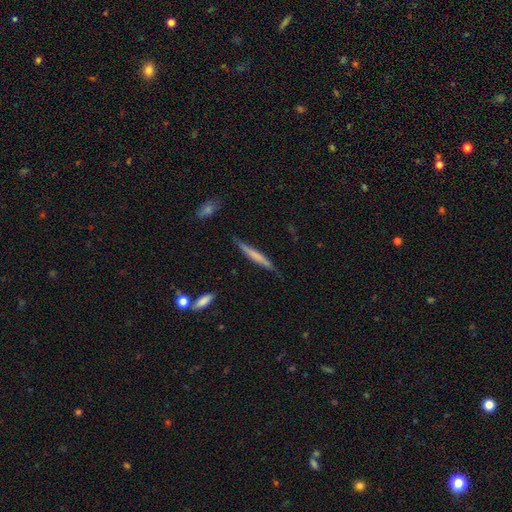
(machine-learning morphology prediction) This is possibly a smooth galaxy (55%). How rounded: clearly cigar-shaped (95%). Merging: clearly none (81%).